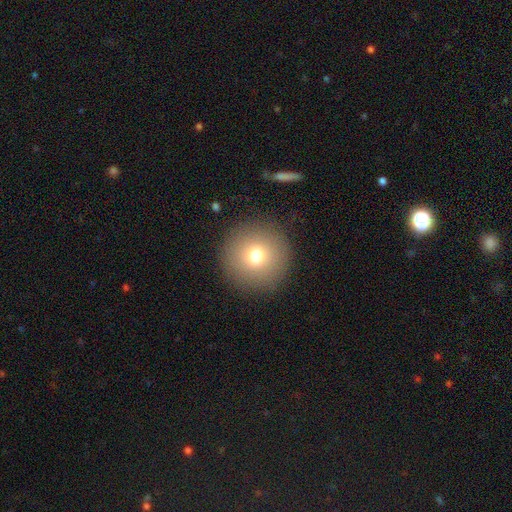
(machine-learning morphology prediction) type=smooth (73%); roundness=round (96%); merging=none (91%).